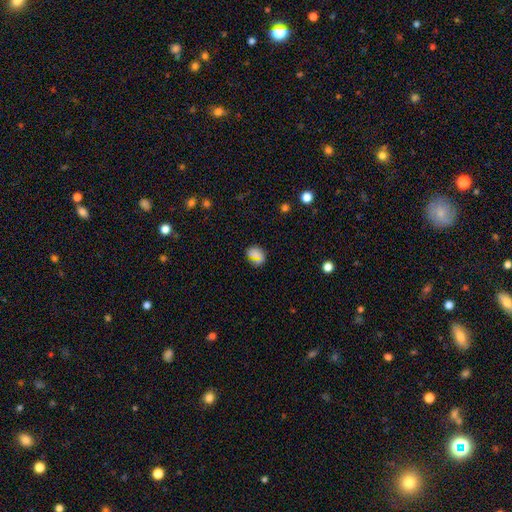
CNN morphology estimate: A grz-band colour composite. It shows a smooth galaxy with no disk features (63%) that is round (70%). Merging: none (79%).